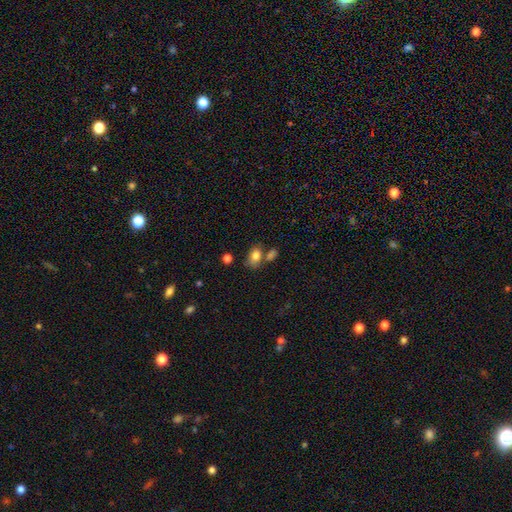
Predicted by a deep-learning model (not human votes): The model was most divided on "merging": none: 58%, merger: 21%, minor disturbance: 16%, major disturbance: 5%. More confident: how rounded — in between (84%); smooth or featured — smooth (81%).